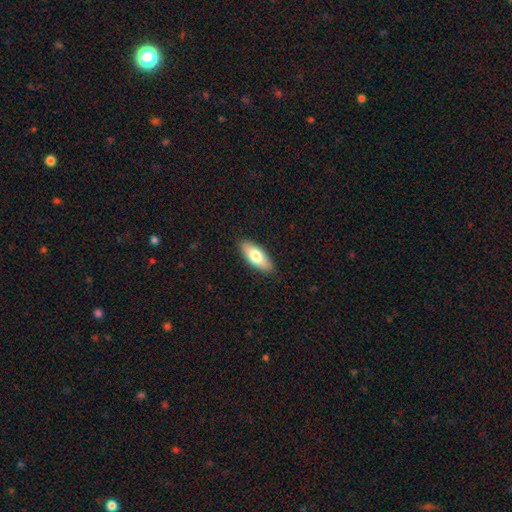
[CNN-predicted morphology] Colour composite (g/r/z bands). It shows a smooth galaxy with no disk features (74%) that is in between round and cigar-shaped (82%). Merging: none (88%).